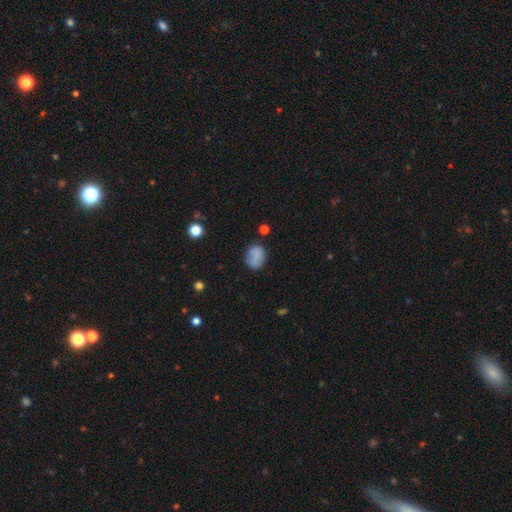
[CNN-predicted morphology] smooth_or_featured: smooth (p=0.78) [alt: featured or disk p=0.12]
how_rounded: in between (p=0.59) [alt: round p=0.40]
merging: none (p=0.72) [alt: minor disturbance p=0.20]